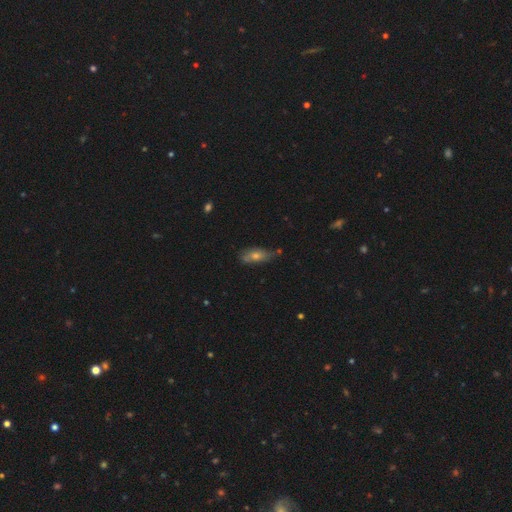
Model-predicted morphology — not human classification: Smooth or featured? smooth (52%)
How rounded? in between (66%)
Merging? none (63%)